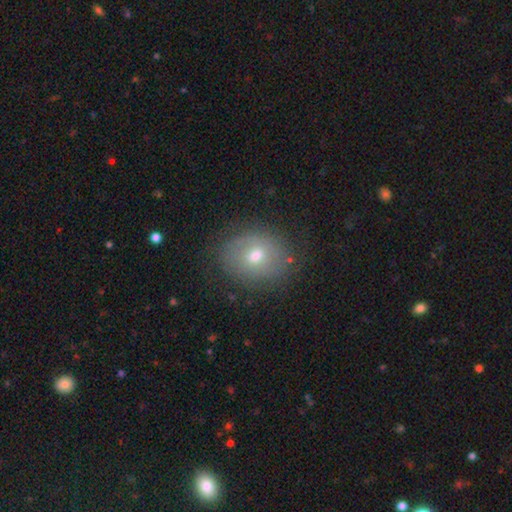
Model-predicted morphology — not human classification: Overall: smooth (62%; featured or disk 27%). How rounded: round (53%; in between 46%). Merging: none (78%).